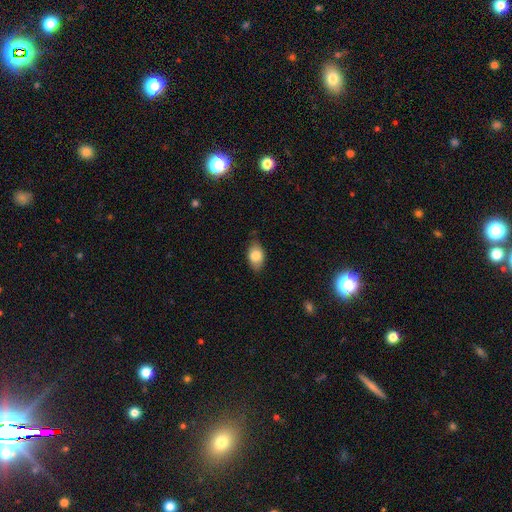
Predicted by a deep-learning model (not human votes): smooth 81%, featured or disk 12%, star or artifact 7%. Down the decision tree: how rounded — in between (88%); merging — none (78%).